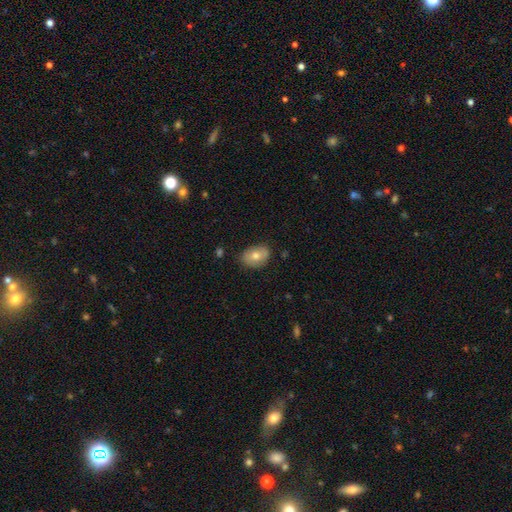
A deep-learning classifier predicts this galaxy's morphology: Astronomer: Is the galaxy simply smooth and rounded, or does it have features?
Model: smooth — 72%.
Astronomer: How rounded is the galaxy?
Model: in between — 79%.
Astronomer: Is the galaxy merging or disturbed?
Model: none — 78%.